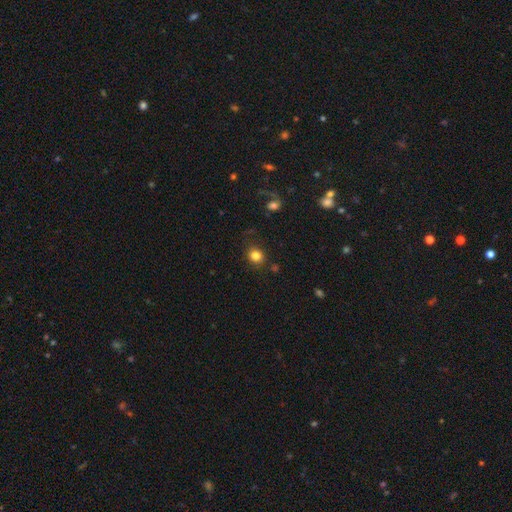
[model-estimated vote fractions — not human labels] Morphology: type=smooth (82%); roundness=round (80%); merging=none (84%).